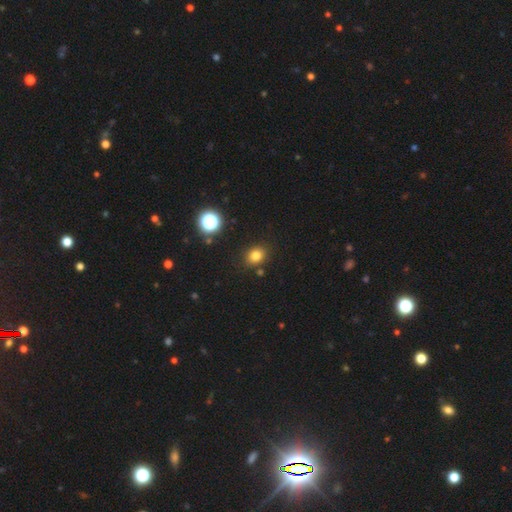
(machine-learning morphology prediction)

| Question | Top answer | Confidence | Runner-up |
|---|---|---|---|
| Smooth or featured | smooth | 79% | star or artifact (15%) |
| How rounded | round | 56% | in between (43%) |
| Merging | none | 85% | minor disturbance (9%) |